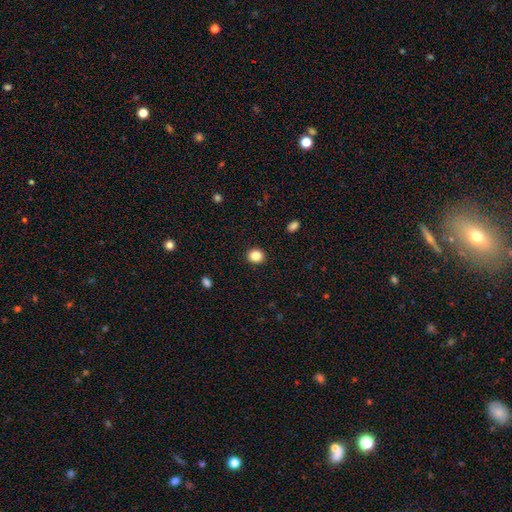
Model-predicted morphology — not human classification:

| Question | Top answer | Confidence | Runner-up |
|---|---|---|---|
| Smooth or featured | smooth | 85% | star or artifact (11%) |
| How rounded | round | 72% | in between (27%) |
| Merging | none | 92% | minor disturbance (6%) |